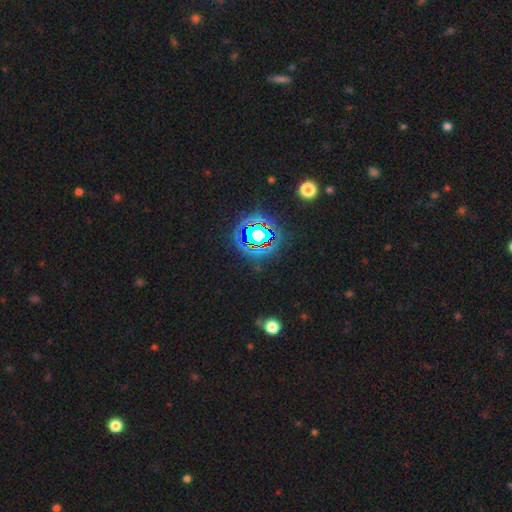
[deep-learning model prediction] smooth_or_featured: star or artifact (p=0.80) [alt: smooth p=0.12]